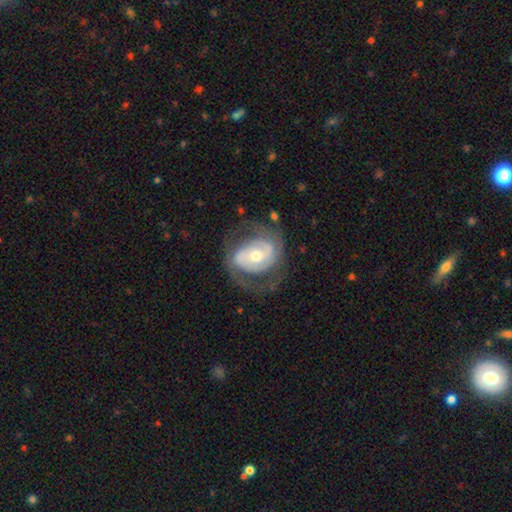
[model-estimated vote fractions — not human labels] Smooth or featured: featured or disk — 80% (smooth — 15%)
Edge-on disk: no — 97% (yes — 3%)
Bar: no — 49% (weak — 34%)
Spiral arms: yes — 85% (no — 15%)
Spiral winding: tight — 43% (medium — 40%)
Spiral arm count: 2 — 71% (can't tell — 16%)
Bulge size: moderate — 62% (small — 31%)
Merging: none — 61% (minor disturbance — 19%)